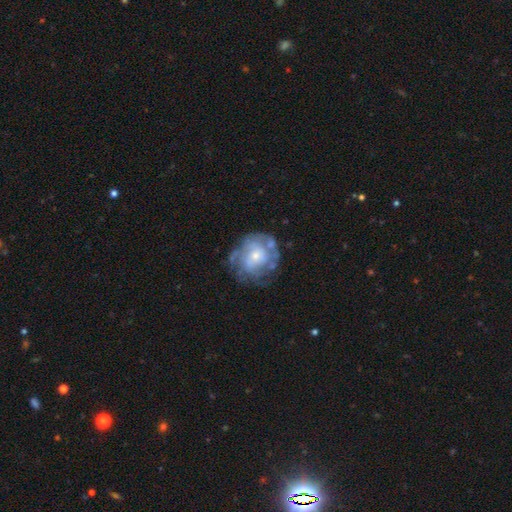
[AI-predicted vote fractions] A featured or disk galaxy (71%) with no bar (75%), spiral arms (72%) and a small central bulge (57%).

Vote fractions:
- Smooth or featured? featured or disk: 71% / smooth: 22% / star or artifact: 8%
- Edge-on disk? no: 98% / yes: 2%
- Bar? no: 75% / weak: 21% / strong: 4%
- Spiral arms? yes: 72% / no: 28%
- Bulge size? small: 57% / moderate: 35% / large: 4% / none: 3% / dominant: 1%
- Merging? none: 60% / minor disturbance: 20% / major disturbance: 16% / merger: 4%